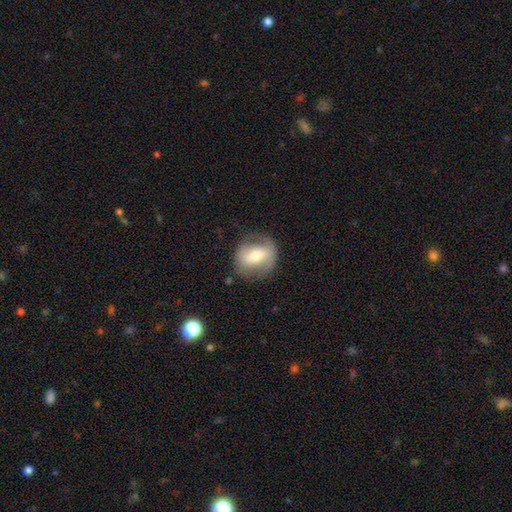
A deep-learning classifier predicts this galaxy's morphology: smooth 47%, featured or disk 45%, star or artifact 8%. Down the decision tree: merging — none (71%).